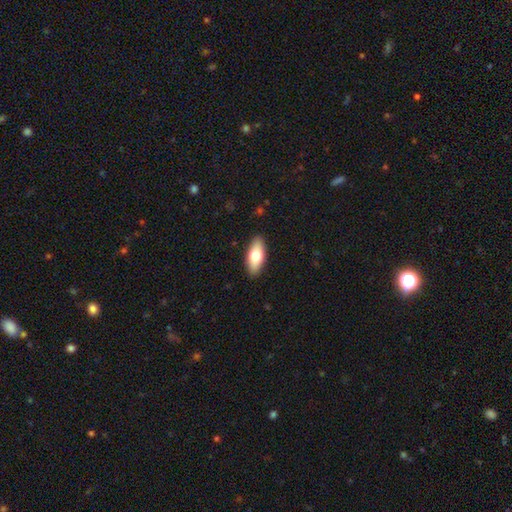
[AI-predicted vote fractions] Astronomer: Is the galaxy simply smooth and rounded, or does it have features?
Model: smooth — 72%.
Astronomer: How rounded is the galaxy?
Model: in between — 84%.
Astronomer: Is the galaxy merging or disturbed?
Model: none — 89%.